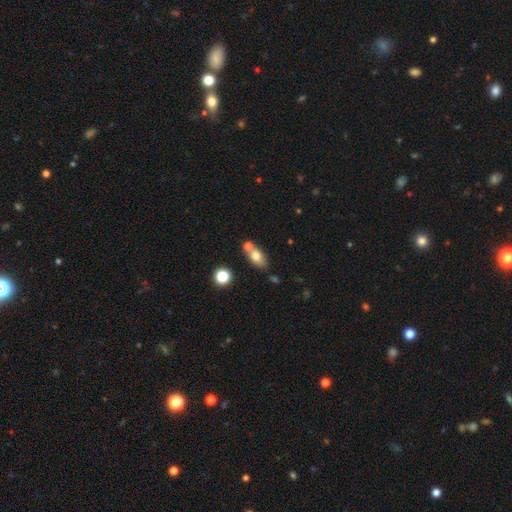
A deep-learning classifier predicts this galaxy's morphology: Q: Smooth or featured?
A: smooth (73%); runner-up: featured or disk (17%)
Q: How rounded?
A: in between (80%); runner-up: round (15%)
Q: Merging?
A: none (53%); runner-up: merger (31%)